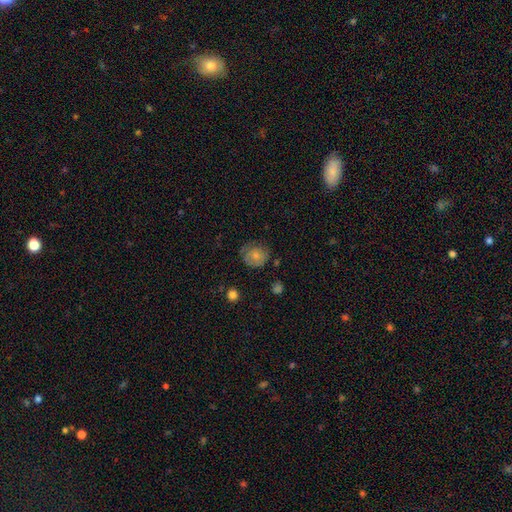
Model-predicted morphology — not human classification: Q: Smooth or featured?
A: smooth (73%); runner-up: featured or disk (18%)
Q: How rounded?
A: round (77%); runner-up: in between (22%)
Q: Merging?
A: none (64%); runner-up: minor disturbance (26%)